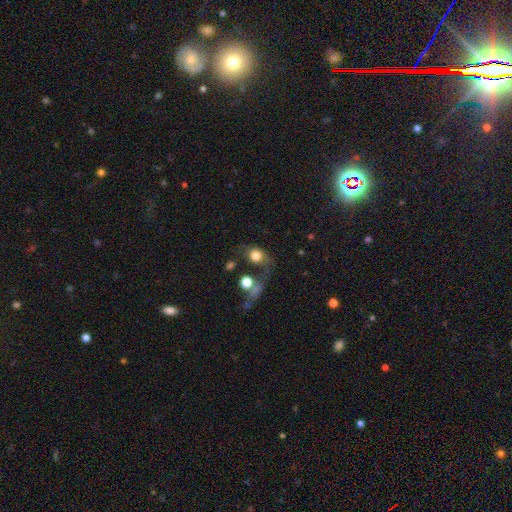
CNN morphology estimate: The model was most divided on "merging": none: 37%, major disturbance: 27%, minor disturbance: 19%, merger: 17%. More confident: smooth or featured — smooth (73%); how rounded — round (62%).